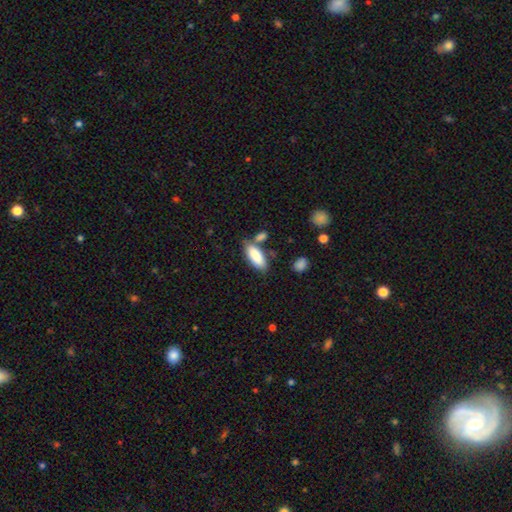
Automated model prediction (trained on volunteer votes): smooth 87%, featured or disk 7%, star or artifact 6%. Down the decision tree: how rounded — in between (81%); merging — none (64%).